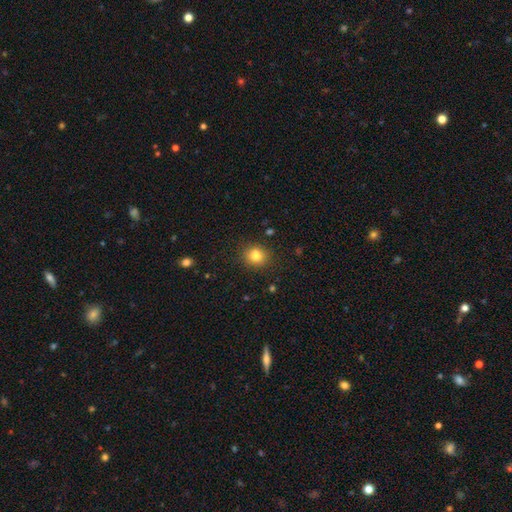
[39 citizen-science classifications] Smooth or featured?
  - smooth: 90% *
  - star or artifact: 8%
  - featured or disk: 3%
How rounded?
  - round: 71% *
  - in between: 20%
  - cigar-shaped: 9%
Merging?
  - none: 78% *
  - minor disturbance: 11%
  - merger: 8%
  - major disturbance: 3%